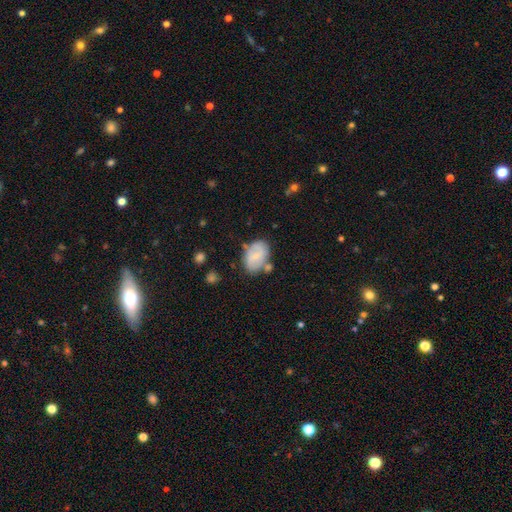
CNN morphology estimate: A smooth galaxy with no disk features (53%) that is in between round and cigar-shaped (83%). Merging: none (60%).